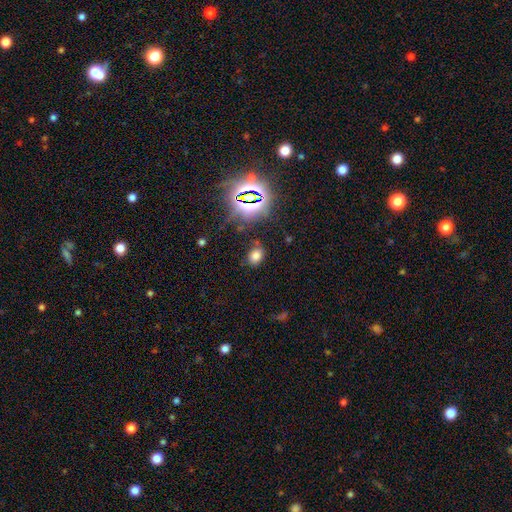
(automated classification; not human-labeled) This appears to be a smooth galaxy with no disk features (68%) that is in between round and cigar-shaped (70%). Merging: none (77%).